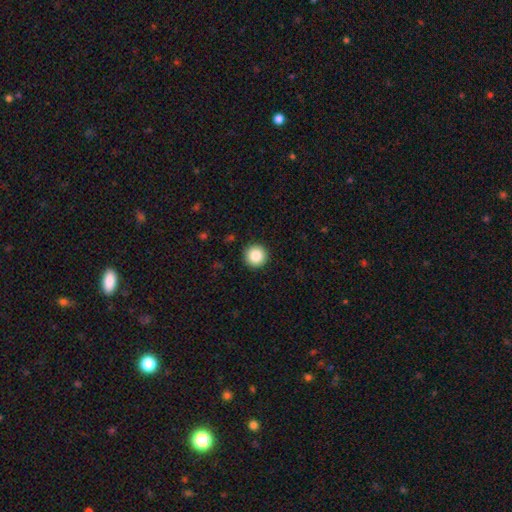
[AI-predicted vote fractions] Q: Smooth or featured?
A: smooth (86%); runner-up: star or artifact (9%)
Q: How rounded?
A: round (96%); runner-up: in between (3%)
Q: Merging?
A: none (93%); runner-up: minor disturbance (5%)